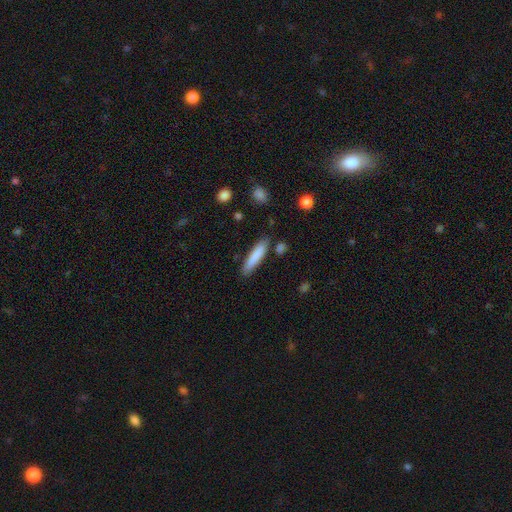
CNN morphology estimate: Smooth or featured? smooth (82%)
How rounded? cigar-shaped (85%)
Merging? none (83%)